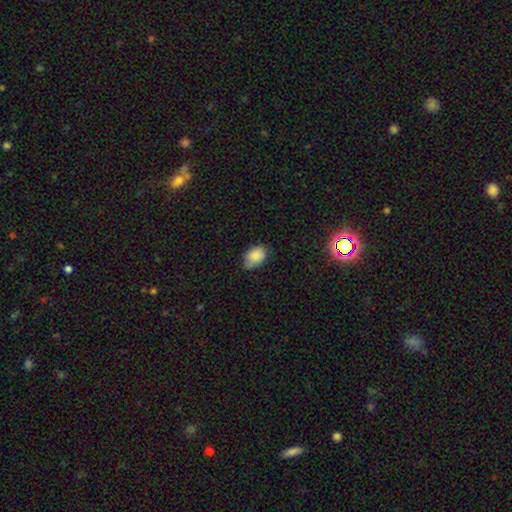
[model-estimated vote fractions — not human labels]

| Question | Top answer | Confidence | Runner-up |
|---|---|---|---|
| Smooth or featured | smooth | 85% | star or artifact (8%) |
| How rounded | in between | 80% | round (19%) |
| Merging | none | 66% | minor disturbance (28%) |